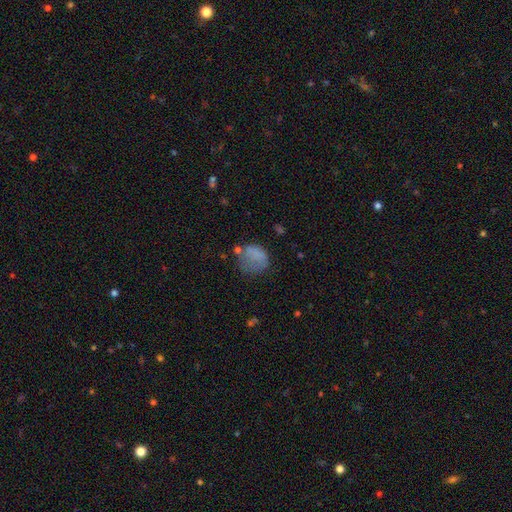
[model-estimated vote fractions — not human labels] Smooth or featured?
  - smooth: 71% *
  - featured or disk: 17%
  - star or artifact: 12%
How rounded?
  - round: 61% *
  - in between: 38%
  - cigar-shaped: 1%
Merging?
  - none: 38% *
  - major disturbance: 30%
  - minor disturbance: 27%
  - merger: 6%